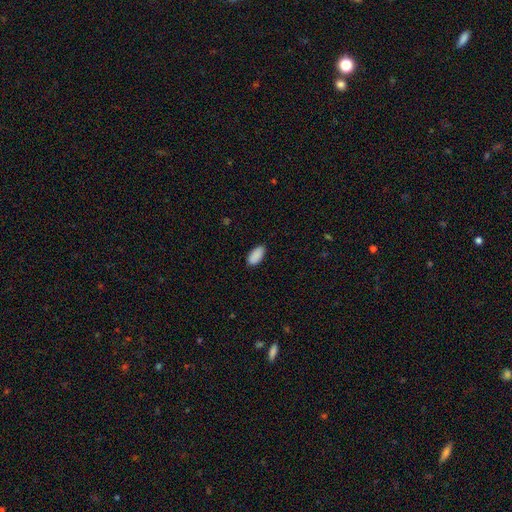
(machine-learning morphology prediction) Smooth or featured? Predicted: smooth (p=0.90). How rounded? Predicted: in between (p=0.92). Merging? Predicted: none (p=0.85).